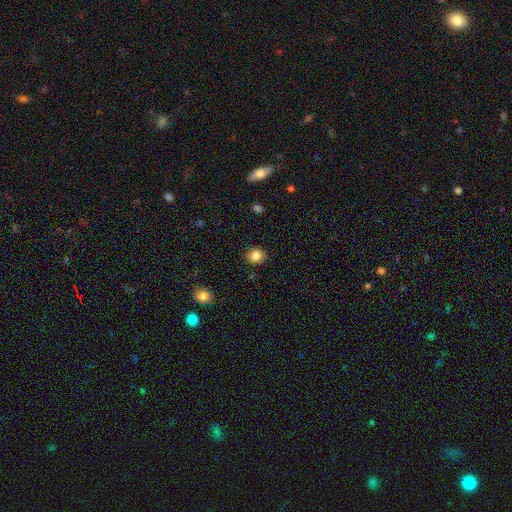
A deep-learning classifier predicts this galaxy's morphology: smooth-or-featured: smooth: 85% | star or artifact: 10% | featured or disk: 5%
  how-rounded: round: 74% | in between: 25% | cigar-shaped: 1%
  merging: none: 89% | minor disturbance: 8% | major disturbance: 2% | merger: 1%